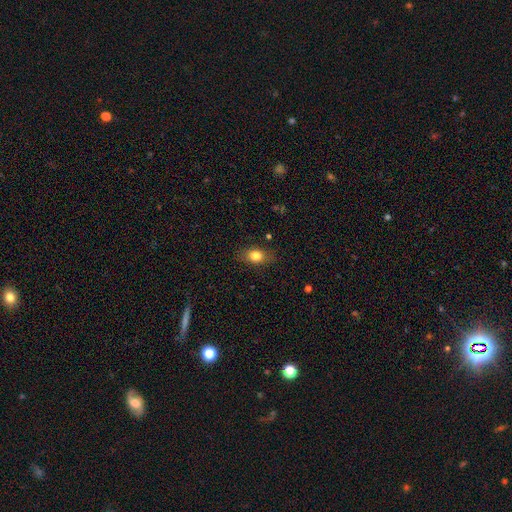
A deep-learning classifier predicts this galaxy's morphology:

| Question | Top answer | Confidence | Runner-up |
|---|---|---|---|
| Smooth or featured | smooth | 80% | featured or disk (11%) |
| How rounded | in between | 72% | round (24%) |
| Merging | none | 82% | minor disturbance (13%) |